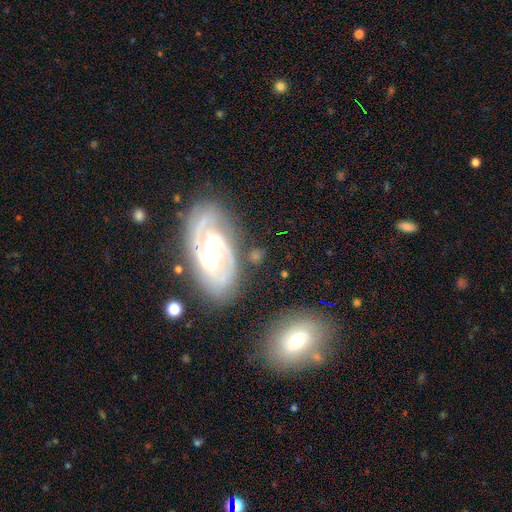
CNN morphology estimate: Q: Smooth or featured?
A: featured or disk (88%); runner-up: smooth (6%)
Q: Edge-on disk?
A: no (96%); runner-up: yes (4%)
Q: Bar?
A: weak (41%); runner-up: strong (40%)
Q: Spiral arms?
A: yes (98%); runner-up: no (2%)
Q: Spiral winding?
A: medium (48%); runner-up: tight (44%)
Q: Spiral arm count?
A: 2 (86%); runner-up: 3 (6%)
Q: Bulge size?
A: moderate (55%); runner-up: small (24%)
Q: Merging?
A: none (75%); runner-up: minor disturbance (15%)